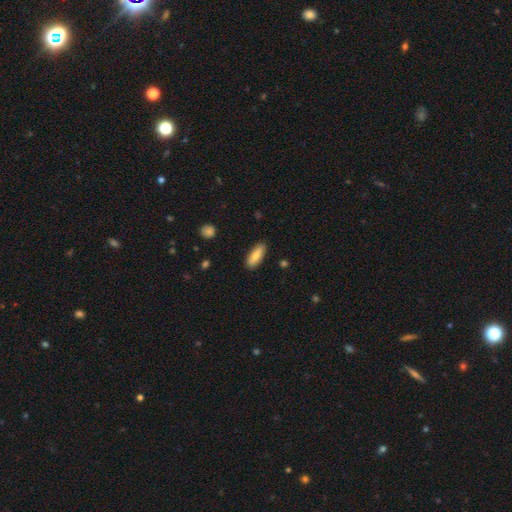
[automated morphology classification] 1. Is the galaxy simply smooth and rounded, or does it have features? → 79% smooth, 15% featured or disk, 6% star or artifact.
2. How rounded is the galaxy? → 69% in between, 29% cigar-shaped, 2% round.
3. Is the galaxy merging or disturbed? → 87% none, 10% minor disturbance, 2% major disturbance, 1% merger.